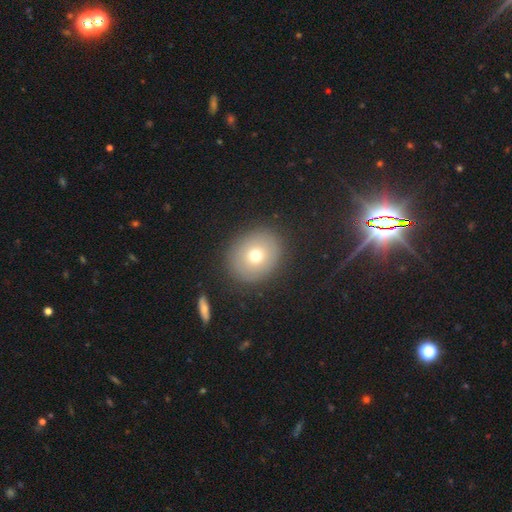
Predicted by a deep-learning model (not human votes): The model was most divided on "how rounded": round: 71%, in between: 28%, cigar-shaped: 1%. More confident: merging — none (87%); smooth or featured — smooth (67%).